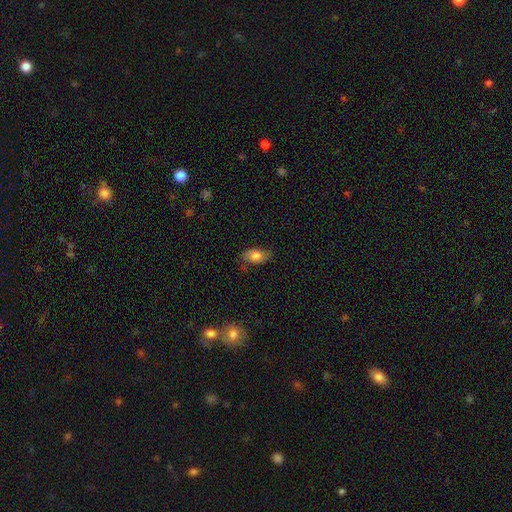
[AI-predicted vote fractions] A smooth galaxy with no disk features (76%) that is in between round and cigar-shaped (90%).

Vote fractions:
- Smooth or featured? smooth: 76% / featured or disk: 16% / star or artifact: 8%
- How rounded? in between: 90% / round: 7% / cigar-shaped: 3%
- Merging? none: 72% / minor disturbance: 21% / major disturbance: 5% / merger: 2%